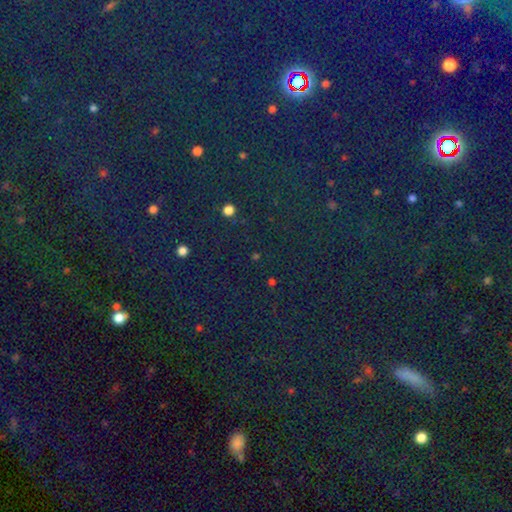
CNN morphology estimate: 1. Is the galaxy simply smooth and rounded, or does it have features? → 78% star or artifact, 13% smooth, 9% featured or disk.